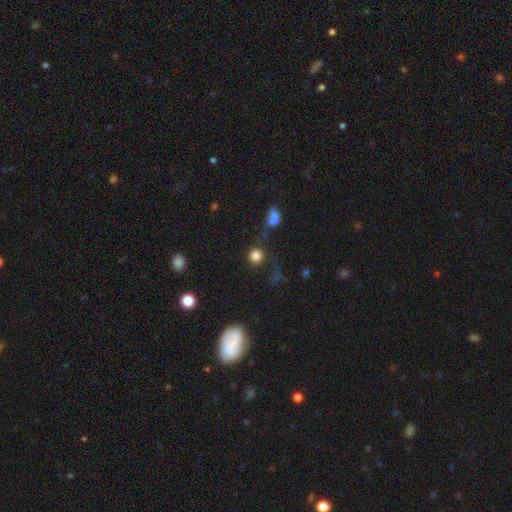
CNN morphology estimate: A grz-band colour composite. It shows a smooth galaxy with no disk features (79%) that is round (91%). Merging: none (55%).